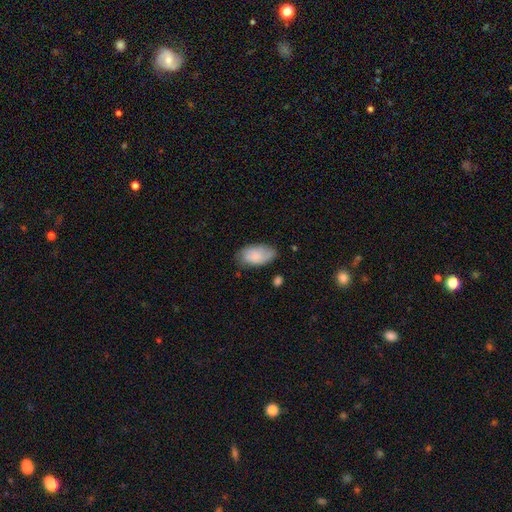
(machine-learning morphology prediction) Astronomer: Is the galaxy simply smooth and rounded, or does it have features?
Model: smooth — 81%.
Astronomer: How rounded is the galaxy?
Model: in between — 95%.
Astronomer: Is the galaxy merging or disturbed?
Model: none — 69%.